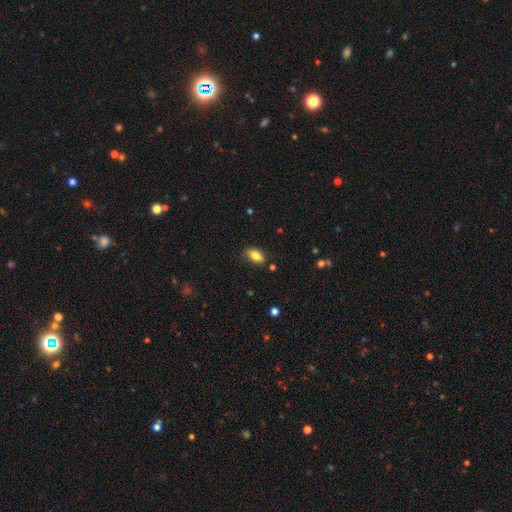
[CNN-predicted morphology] This appears to be a smooth galaxy with no disk features (81%) that is in between round and cigar-shaped (89%). Merging: none (76%).